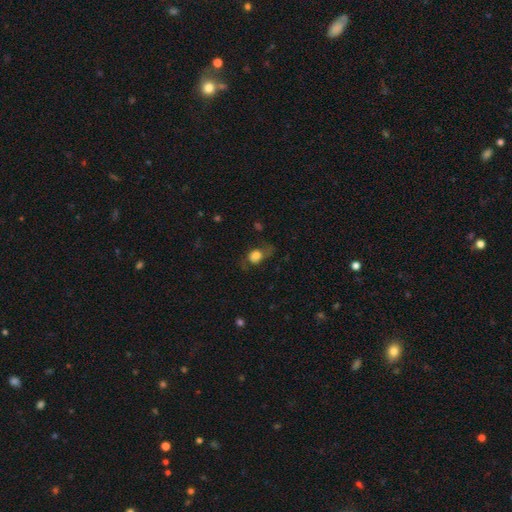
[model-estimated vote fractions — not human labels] A smooth galaxy with no disk features (62%) that is round (55%). Merging: none (49%).